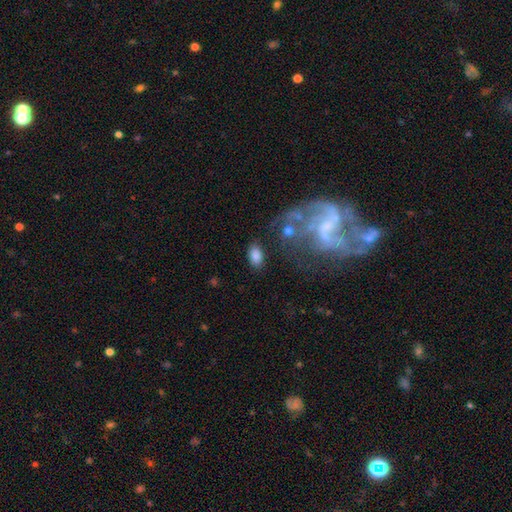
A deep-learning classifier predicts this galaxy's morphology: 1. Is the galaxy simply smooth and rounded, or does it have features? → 82% smooth, 10% featured or disk, 8% star or artifact.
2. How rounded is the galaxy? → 91% in between, 7% round, 2% cigar-shaped.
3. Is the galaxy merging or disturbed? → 78% none, 12% minor disturbance, 5% major disturbance, 5% merger.